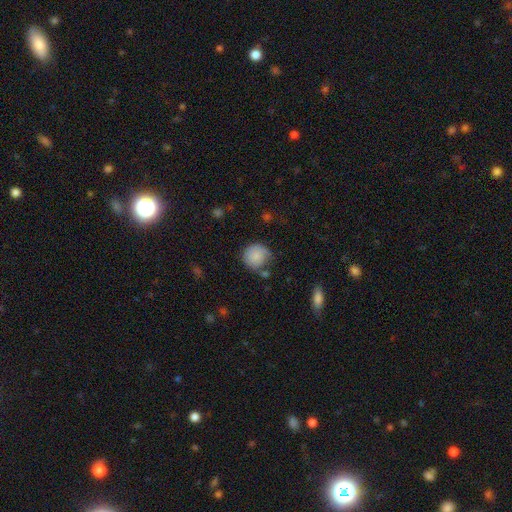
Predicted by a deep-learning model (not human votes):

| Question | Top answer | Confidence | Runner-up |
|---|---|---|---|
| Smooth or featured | smooth | 79% | featured or disk (13%) |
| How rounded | round | 89% | in between (10%) |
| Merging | none | 61% | minor disturbance (26%) |